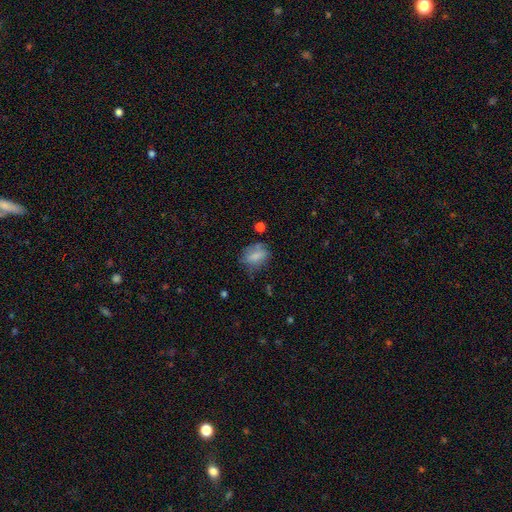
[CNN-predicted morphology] smooth-or-featured: smooth: 71% | featured or disk: 19% | star or artifact: 10%
  how-rounded: in between: 68% | round: 28% | cigar-shaped: 4%
  merging: none: 58% | minor disturbance: 26% | major disturbance: 12% | merger: 4%